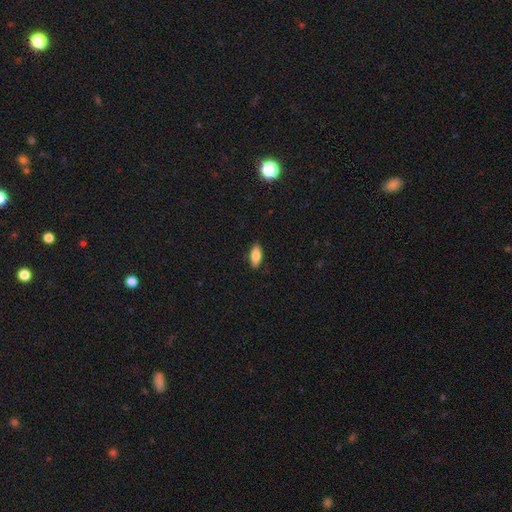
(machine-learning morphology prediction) Overall: smooth (75%). How rounded: in between (77%). Merging: none (88%).